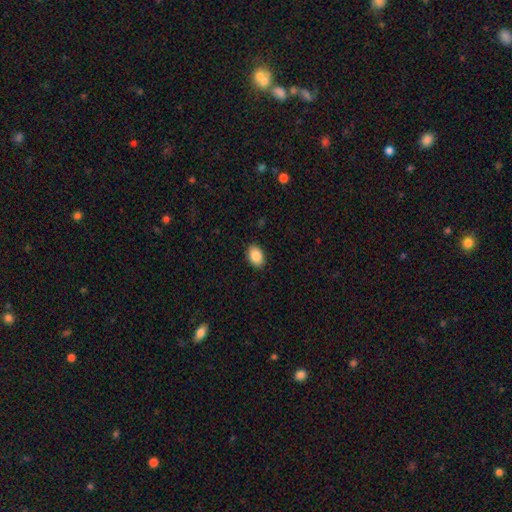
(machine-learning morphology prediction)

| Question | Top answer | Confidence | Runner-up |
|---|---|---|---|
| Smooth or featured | smooth | 88% | star or artifact (7%) |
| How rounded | in between | 84% | round (15%) |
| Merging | none | 89% | minor disturbance (8%) |